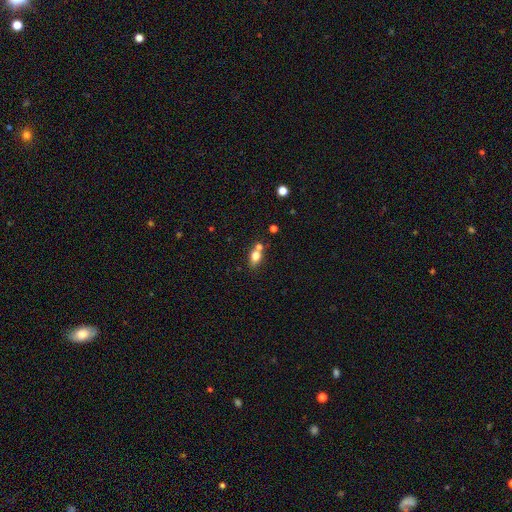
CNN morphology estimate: Smooth or featured: smooth — 75% (featured or disk — 14%)
How rounded: in between — 68% (round — 28%)
Merging: none — 51% (merger — 33%)